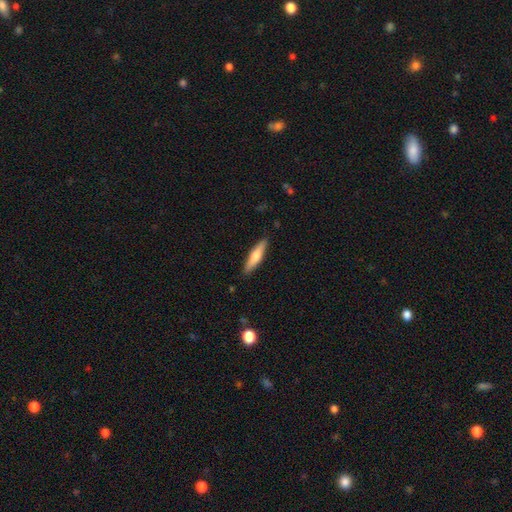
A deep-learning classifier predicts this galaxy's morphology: The model was most divided on "smooth or featured": smooth: 63%, featured or disk: 31%, star or artifact: 5%. More confident: merging — none (88%); how rounded — cigar-shaped (76%).